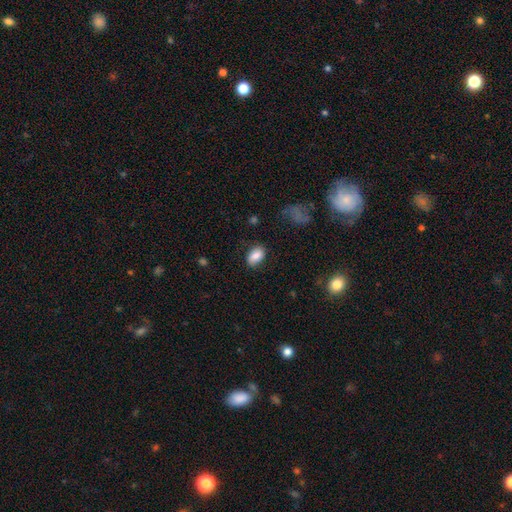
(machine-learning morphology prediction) Overall: smooth (84%). How rounded: in between (88%). Merging: none (79%).